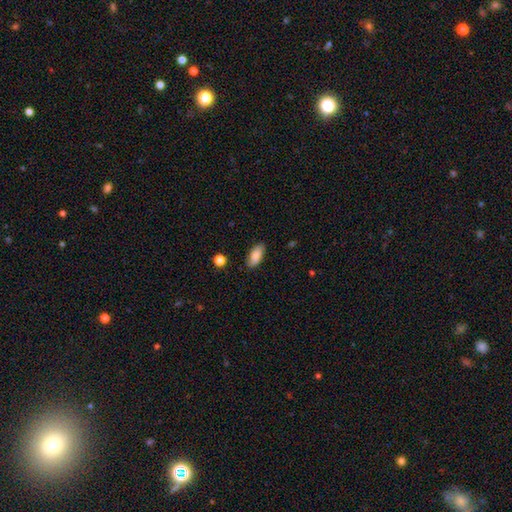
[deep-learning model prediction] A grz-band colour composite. It shows a smooth galaxy with no disk features (83%) that is in between round and cigar-shaped (87%). Merging: none (83%).